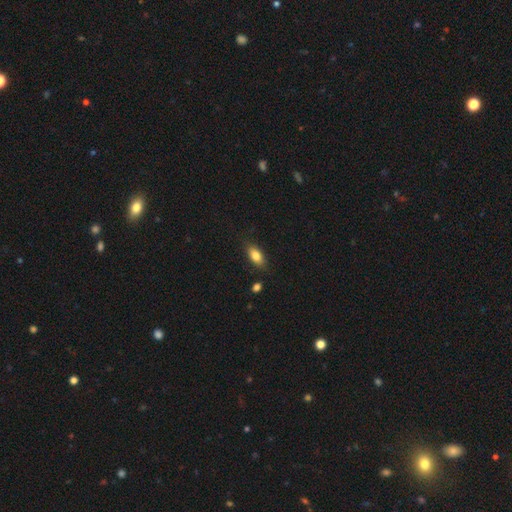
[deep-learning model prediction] This is clearly a smooth galaxy (81%). How rounded: clearly in between (86%). Merging: clearly none (81%).